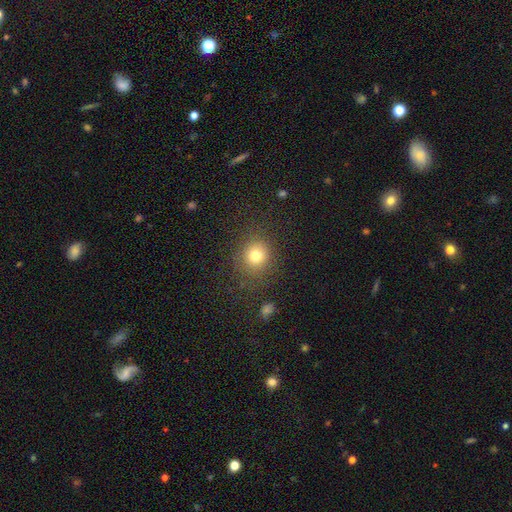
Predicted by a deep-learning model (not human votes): smooth 78%, star or artifact 14%, featured or disk 9%. Down the decision tree: how rounded — round (81%); merging — none (82%).